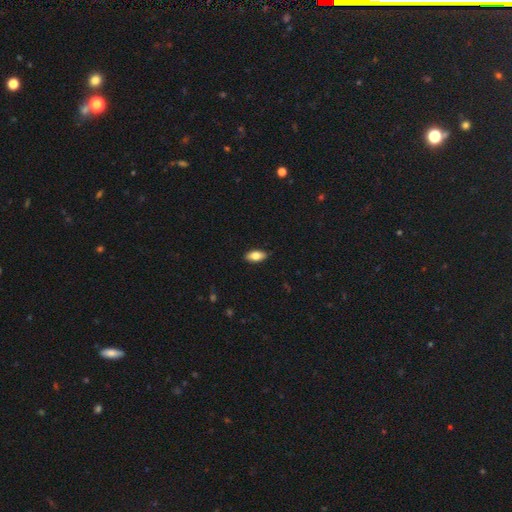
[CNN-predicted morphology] The model was most divided on "smooth or featured": smooth: 76%, featured or disk: 17%, star or artifact: 7%. More confident: how rounded — in between (88%); merging — none (88%).